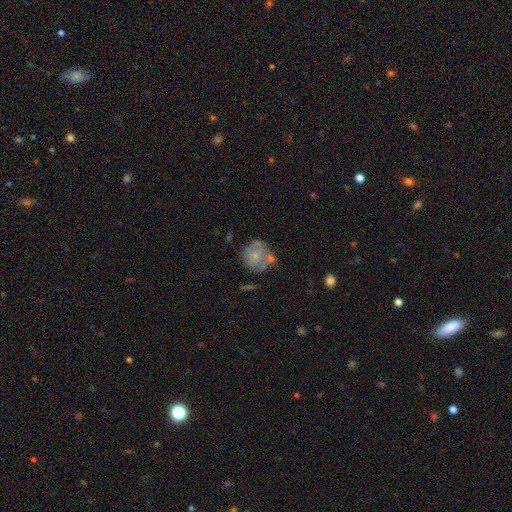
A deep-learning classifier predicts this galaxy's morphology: smooth 53%, featured or disk 39%, star or artifact 8%. Down the decision tree: how rounded — round (82%); merging — none (52%).